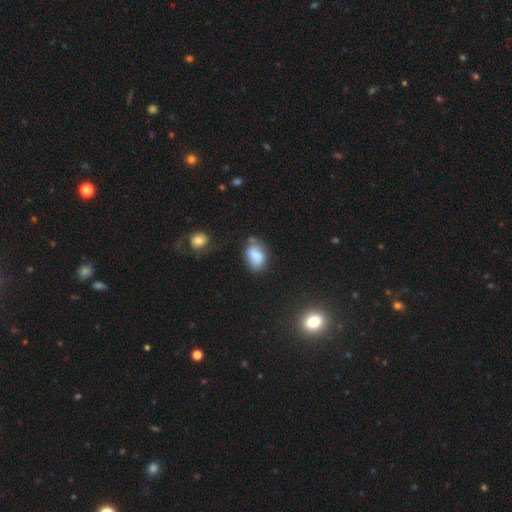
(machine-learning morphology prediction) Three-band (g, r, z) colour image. It shows a smooth galaxy with no disk features (81%) that is in between round and cigar-shaped (82%). Merging: none (53%).